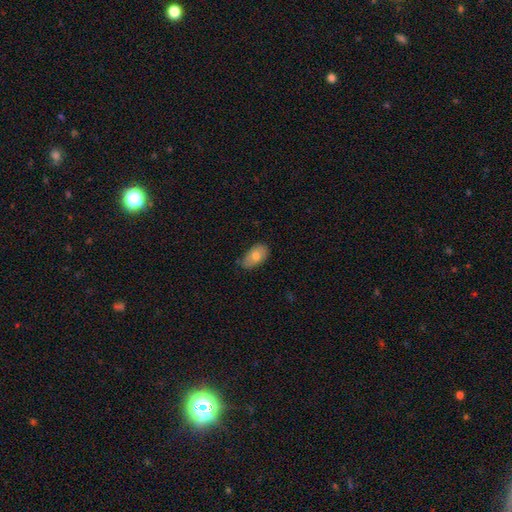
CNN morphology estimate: Smooth or featured?
  - smooth: 73% *
  - featured or disk: 20%
  - star or artifact: 7%
How rounded?
  - in between: 92% *
  - round: 6%
  - cigar-shaped: 2%
Merging?
  - none: 65% *
  - minor disturbance: 29%
  - major disturbance: 4%
  - merger: 2%